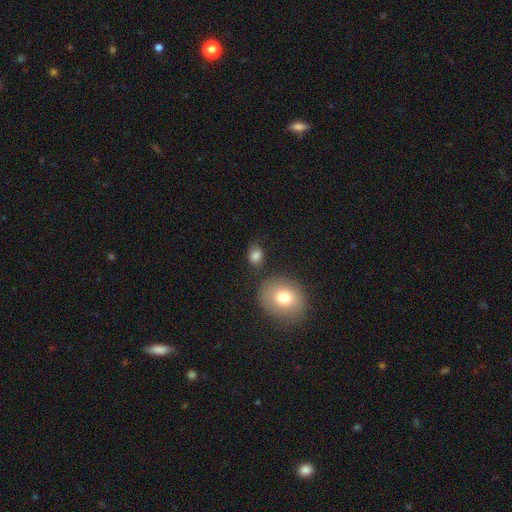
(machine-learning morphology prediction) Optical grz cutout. It shows a smooth galaxy with no disk features (83%) that is round (50%). Merging: none (72%).